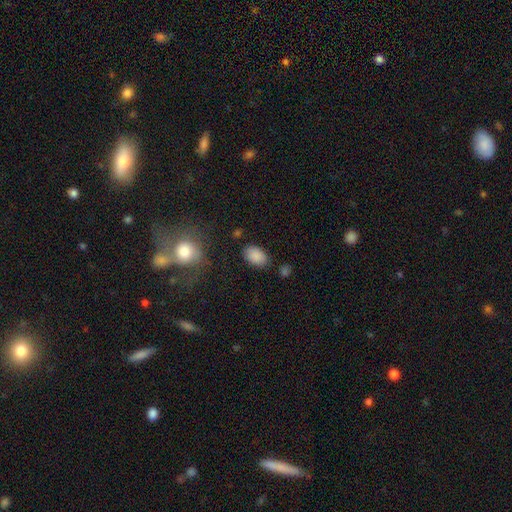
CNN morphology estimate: Smooth or featured? smooth (88%)
How rounded? in between (90%)
Merging? none (81%)